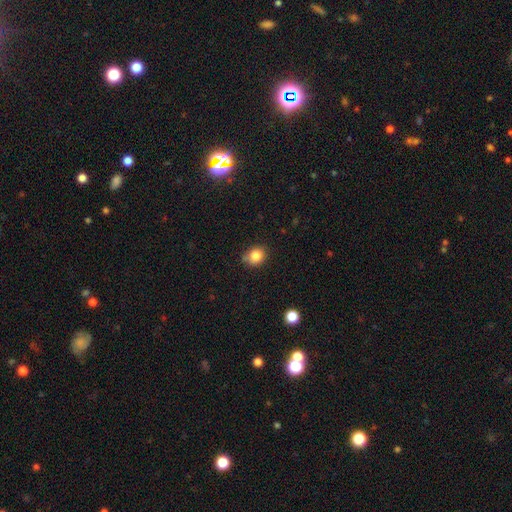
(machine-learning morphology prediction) Smooth or featured: smooth — 83% (star or artifact — 11%)
How rounded: round — 72% (in between — 27%)
Merging: none — 75% (minor disturbance — 18%)